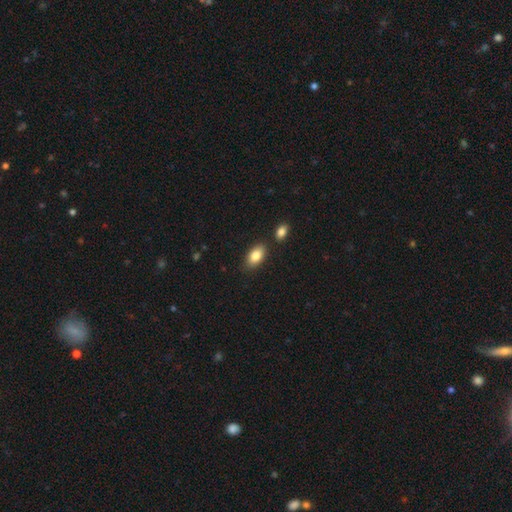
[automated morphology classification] Q: Smooth or featured?
A: smooth (84%); runner-up: featured or disk (9%)
Q: How rounded?
A: in between (92%); runner-up: round (5%)
Q: Merging?
A: none (79%); runner-up: minor disturbance (11%)